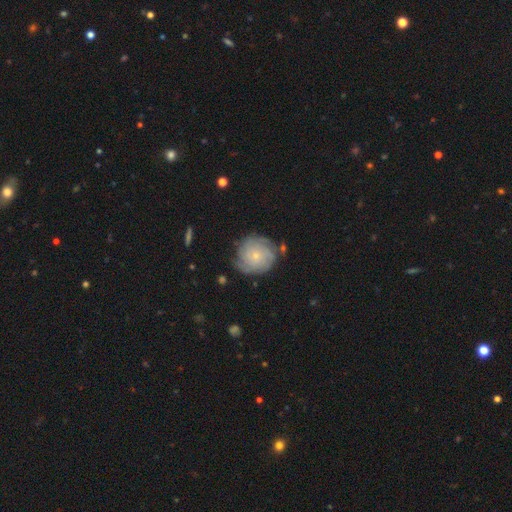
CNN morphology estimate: This appears to be a featured or disk galaxy (67%) with no bar (83%), tight (71%) spiral arms (89%) and a small central bulge (82%). Merging: none (70%).